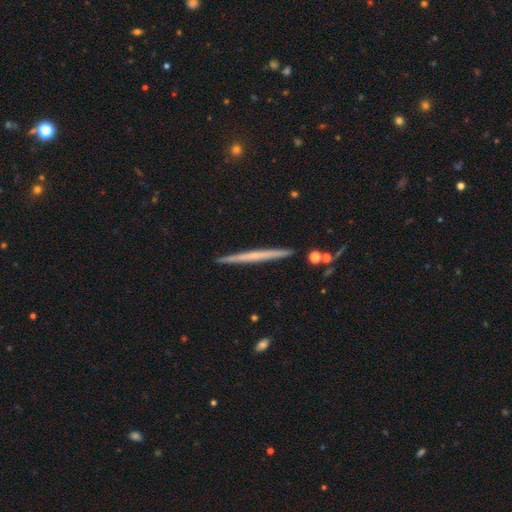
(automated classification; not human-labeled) featured or disk 57%, smooth 36%, star or artifact 6%. Down the decision tree: edge-on disk — yes (98%); edge-on bulge — none (83%); merging — none (91%).